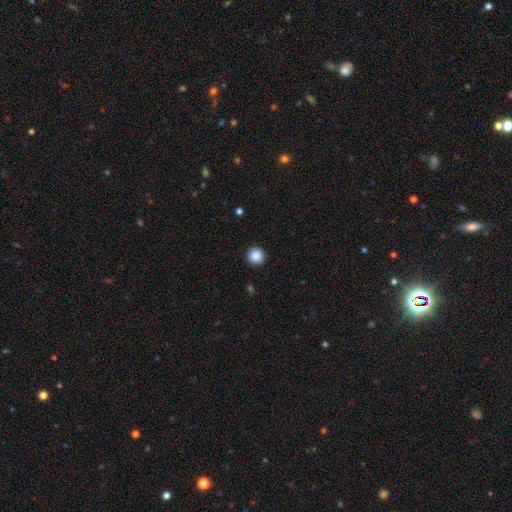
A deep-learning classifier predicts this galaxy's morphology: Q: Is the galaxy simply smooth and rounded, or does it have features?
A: smooth — 88%.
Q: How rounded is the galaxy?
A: round — 96%.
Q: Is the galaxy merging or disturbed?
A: none — 92%.